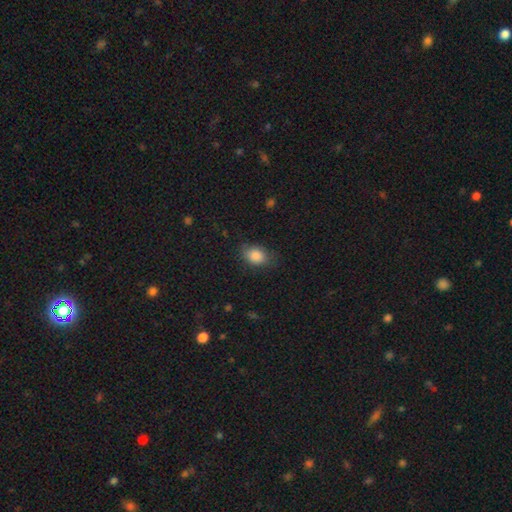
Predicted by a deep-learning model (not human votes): smooth_or_featured: smooth (p=0.86) [alt: star or artifact p=0.08]
how_rounded: in between (p=0.73) [alt: round p=0.26]
merging: none (p=0.70) [alt: minor disturbance p=0.23]